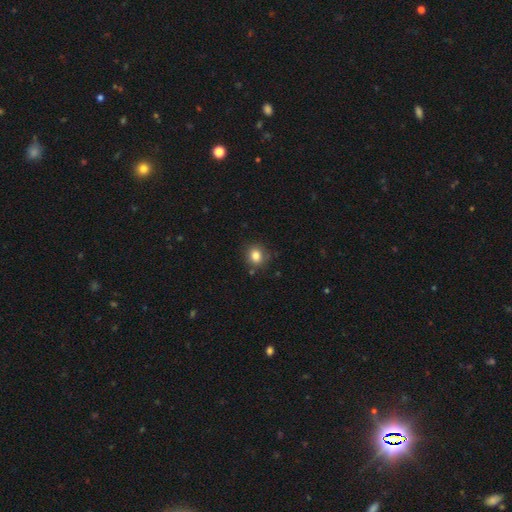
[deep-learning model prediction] A smooth galaxy with no disk features (83%) that is round (74%).

Vote fractions:
- Smooth or featured? smooth: 83% / star or artifact: 11% / featured or disk: 6%
- How rounded? round: 74% / in between: 25% / cigar-shaped: 1%
- Merging? none: 83% / minor disturbance: 12% / major disturbance: 3% / merger: 3%